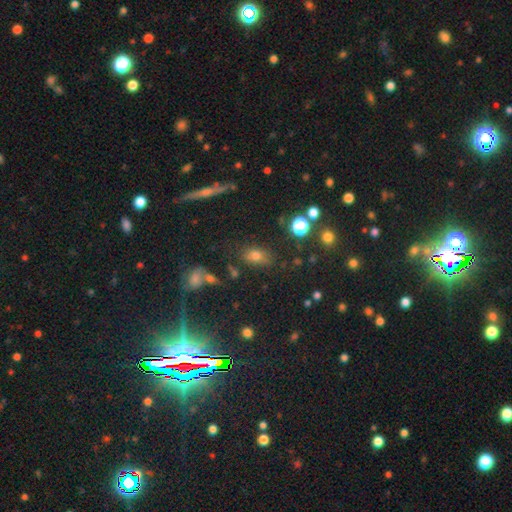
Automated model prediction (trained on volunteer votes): This is possibly a smooth galaxy (52%). How rounded: likely in between (73%). Merging: clearly none (81%).